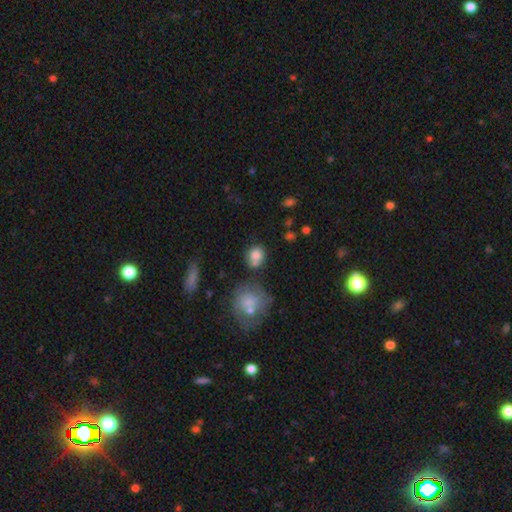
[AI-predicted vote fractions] The model was most divided on "merging": none: 51%, merger: 24%, minor disturbance: 18%, major disturbance: 7%. More confident: smooth or featured — smooth (80%); how rounded — round (68%).